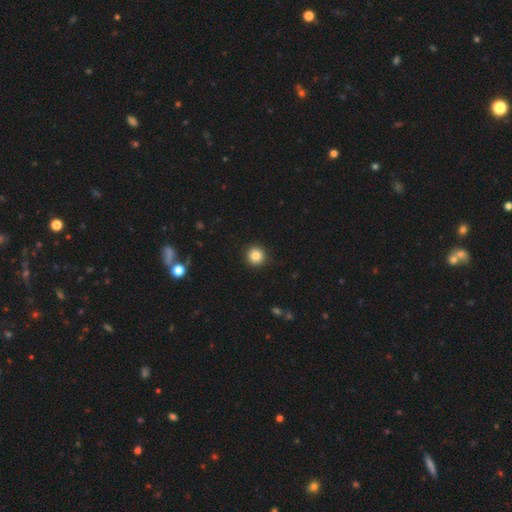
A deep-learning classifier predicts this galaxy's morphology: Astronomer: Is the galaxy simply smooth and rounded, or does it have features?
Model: smooth — 85%.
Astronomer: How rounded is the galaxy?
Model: round — 95%.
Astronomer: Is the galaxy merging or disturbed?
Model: none — 93%.